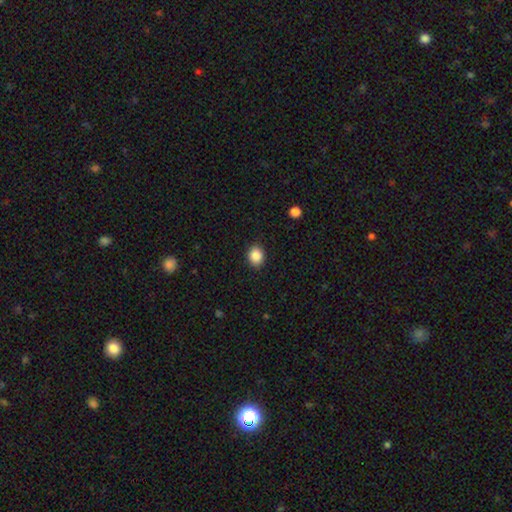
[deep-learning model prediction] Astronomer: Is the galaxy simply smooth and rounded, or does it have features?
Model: smooth — 87%.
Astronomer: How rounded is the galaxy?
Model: round — 58% (runner-up: in between, 41%).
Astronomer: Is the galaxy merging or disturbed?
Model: none — 90%.